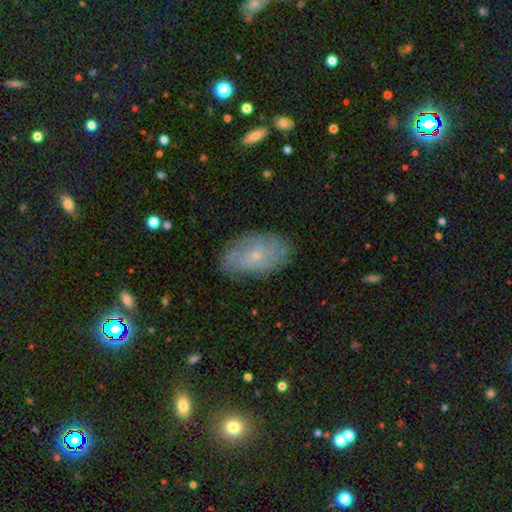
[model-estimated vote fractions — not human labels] Smooth or featured? featured or disk (52%)
Edge-on disk? no (93%)
Merging? none (77%)